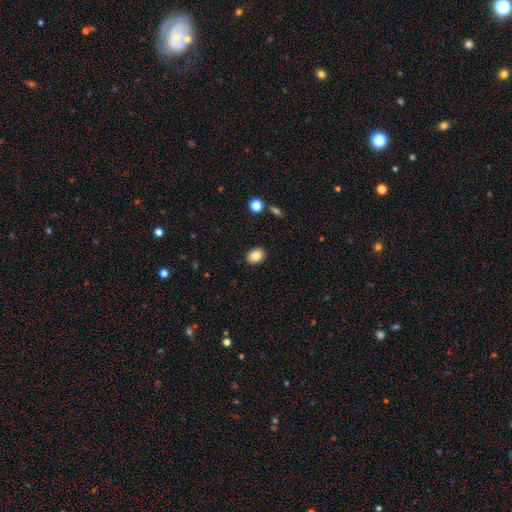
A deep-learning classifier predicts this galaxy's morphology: Smooth or featured: smooth — 84% (star or artifact — 9%)
How rounded: in between — 60% (round — 39%)
Merging: none — 89% (minor disturbance — 8%)